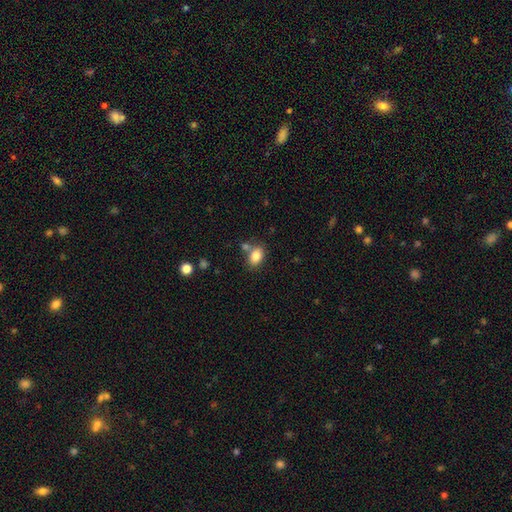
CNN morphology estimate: smooth_or_featured: smooth (p=0.84) [alt: star or artifact p=0.09]
how_rounded: in between (p=0.79) [alt: round p=0.19]
merging: none (p=0.66) [alt: merger p=0.17]